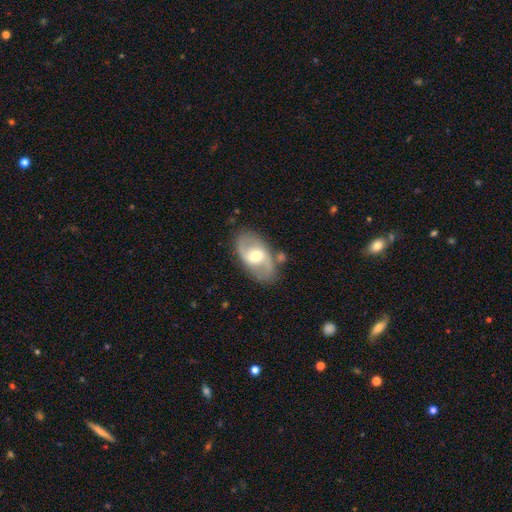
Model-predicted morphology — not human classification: Smooth or featured?
  - featured or disk: 70% *
  - smooth: 24%
  - star or artifact: 6%
Edge-on disk?
  - no: 95% *
  - yes: 5%
Bar?
  - weak: 50% *
  - no: 27%
  - strong: 23%
Spiral arms?
  - yes: 81% *
  - no: 19%
Spiral winding?
  - medium: 44% *
  - loose: 42%
  - tight: 14%
Spiral arm count?
  - 2: 88% *
  - can't tell: 7%
  - 1: 3%
  - 3: 1%
  - 4: 1%
  - more than 4: 1%
Bulge size?
  - moderate: 66% *
  - small: 22%
  - large: 9%
  - none: 1%
  - dominant: 1%
Merging?
  - none: 76% *
  - minor disturbance: 14%
  - major disturbance: 5%
  - merger: 5%